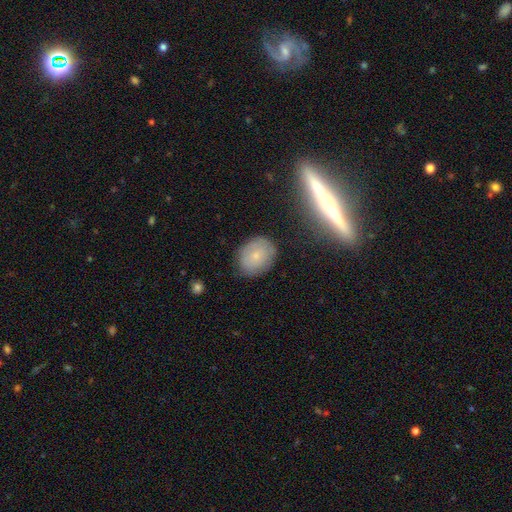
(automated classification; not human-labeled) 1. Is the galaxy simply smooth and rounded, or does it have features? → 69% smooth, 21% featured or disk, 10% star or artifact.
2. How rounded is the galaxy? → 59% in between, 39% round, 2% cigar-shaped.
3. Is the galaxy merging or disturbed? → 81% none, 14% minor disturbance, 4% major disturbance, 2% merger.